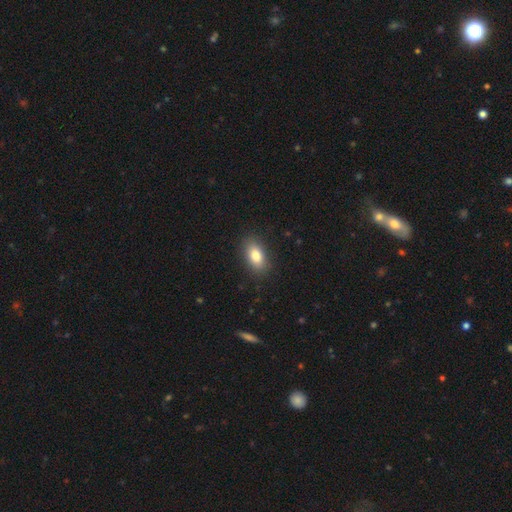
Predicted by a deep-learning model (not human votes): Morphology: type=smooth (82%); roundness=in between (88%); merging=none (87%).